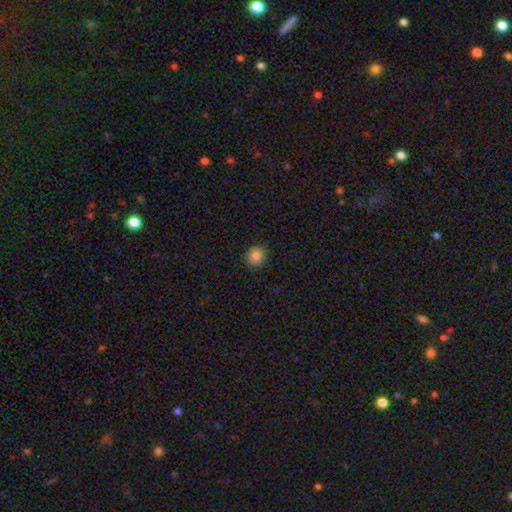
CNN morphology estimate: Smooth or featured: smooth — 84% (star or artifact — 10%)
How rounded: round — 79% (in between — 20%)
Merging: none — 88% (minor disturbance — 9%)